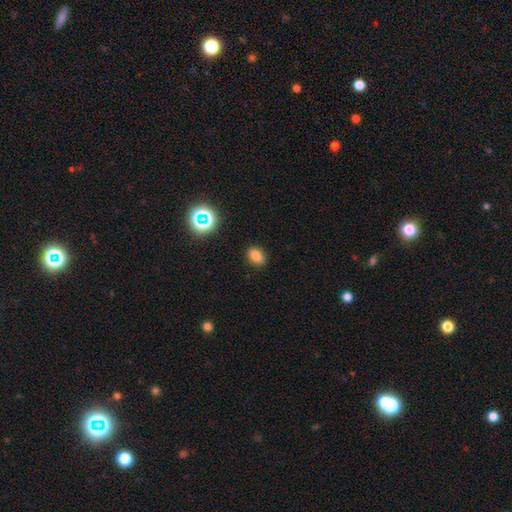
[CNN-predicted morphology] smooth-or-featured: smooth: 80% | star or artifact: 15% | featured or disk: 6%
  how-rounded: in between: 78% | round: 21% | cigar-shaped: 1%
  merging: none: 88% | minor disturbance: 9% | major disturbance: 2% | merger: 1%